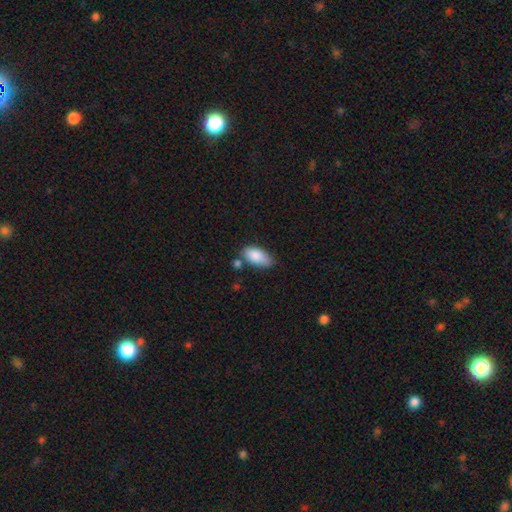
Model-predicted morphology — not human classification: A smooth galaxy with no disk features (85%) that is in between round and cigar-shaped (92%).

Vote fractions:
- Smooth or featured? smooth: 85% / featured or disk: 8% / star or artifact: 7%
- How rounded? in between: 92% / cigar-shaped: 6% / round: 3%
- Merging? none: 63% / minor disturbance: 22% / merger: 10% / major disturbance: 5%